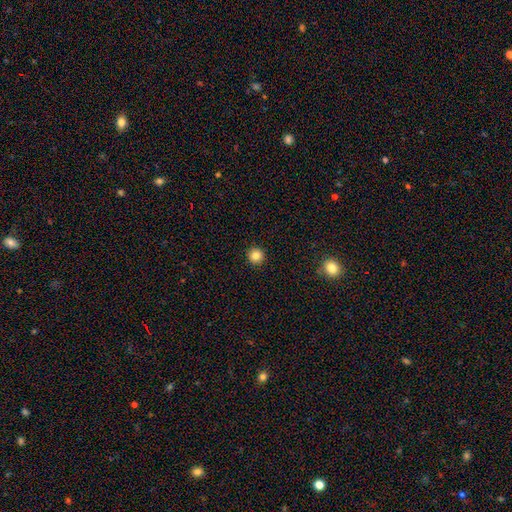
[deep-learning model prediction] smooth_or_featured: smooth (p=0.83) [alt: star or artifact p=0.12]
how_rounded: round (p=0.95) [alt: in between p=0.04]
merging: none (p=0.93) [alt: minor disturbance p=0.04]